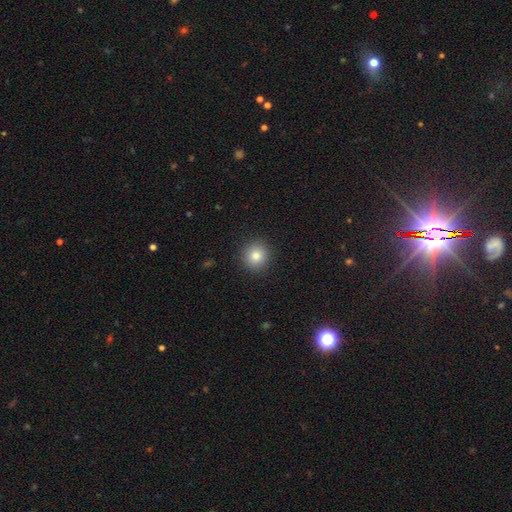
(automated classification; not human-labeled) Q: Smooth or featured?
A: smooth (83%); runner-up: star or artifact (10%)
Q: How rounded?
A: round (92%); runner-up: in between (7%)
Q: Merging?
A: none (91%); runner-up: minor disturbance (6%)